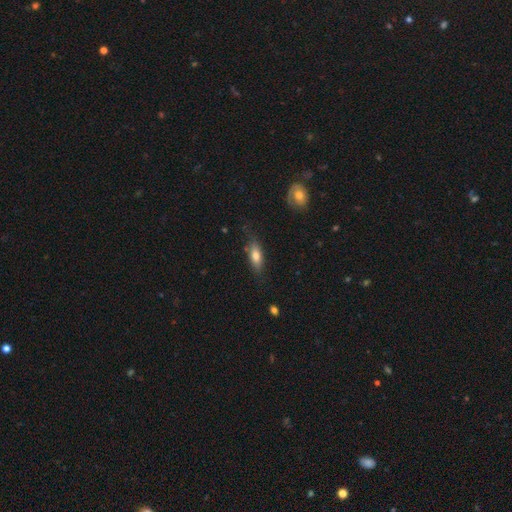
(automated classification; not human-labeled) smooth 73%, featured or disk 20%, star or artifact 7%. Down the decision tree: how rounded — in between (68%); merging — none (76%).